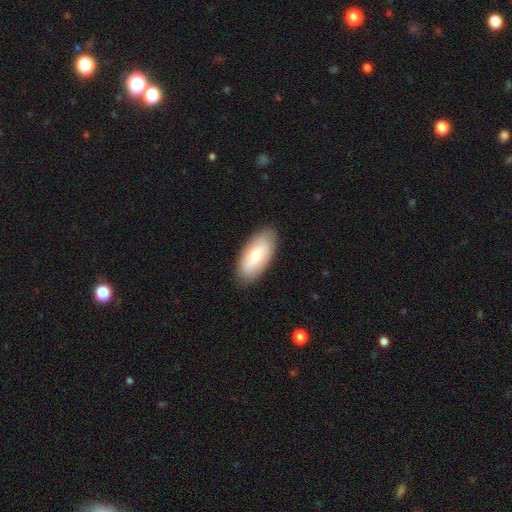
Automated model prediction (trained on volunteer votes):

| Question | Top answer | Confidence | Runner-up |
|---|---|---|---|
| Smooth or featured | smooth | 71% | featured or disk (24%) |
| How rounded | in between | 92% | cigar-shaped (6%) |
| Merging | none | 87% | minor disturbance (10%) |